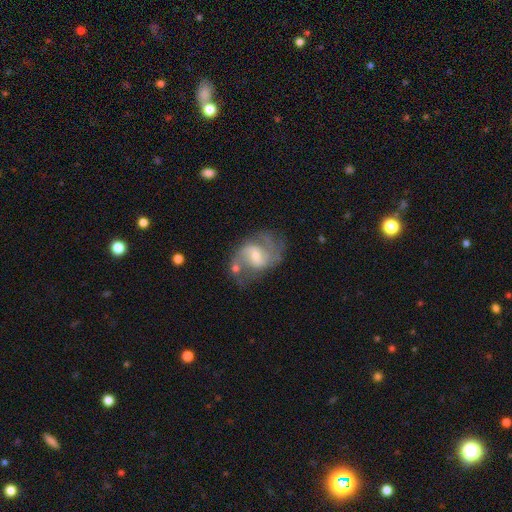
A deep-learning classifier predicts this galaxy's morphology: featured or disk 79%, smooth 14%, star or artifact 7%. Down the decision tree: edge-on disk — no (97%); bar — weak (53%); spiral arms — yes (91%); spiral arm count — 2 (76%); spiral winding — medium (49%); bulge size — small (51%); merging — none (50%).